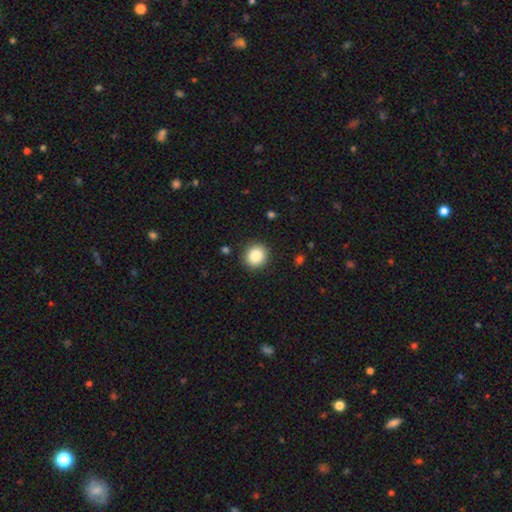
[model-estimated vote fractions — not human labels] A smooth galaxy with no disk features (87%) that is round (85%). Merging: none (90%).